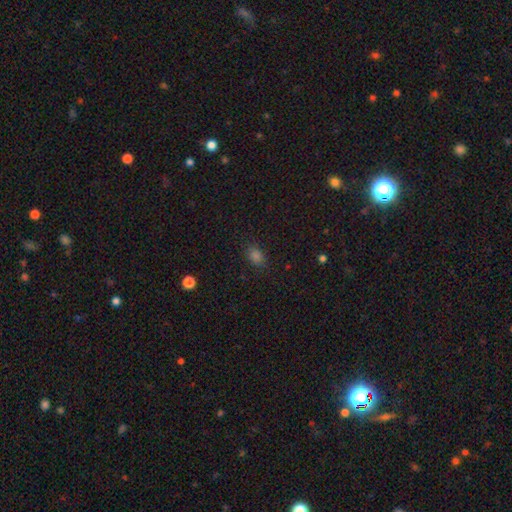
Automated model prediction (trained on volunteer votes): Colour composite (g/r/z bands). It shows a smooth galaxy with no disk features (77%) that is in between round and cigar-shaped (72%). Merging: none (85%).